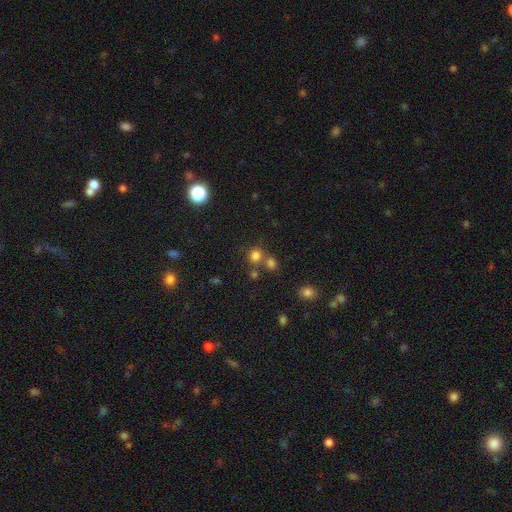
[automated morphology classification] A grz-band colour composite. It shows a smooth galaxy with no disk features (75%) that is round (87%). Merging: none (64%).